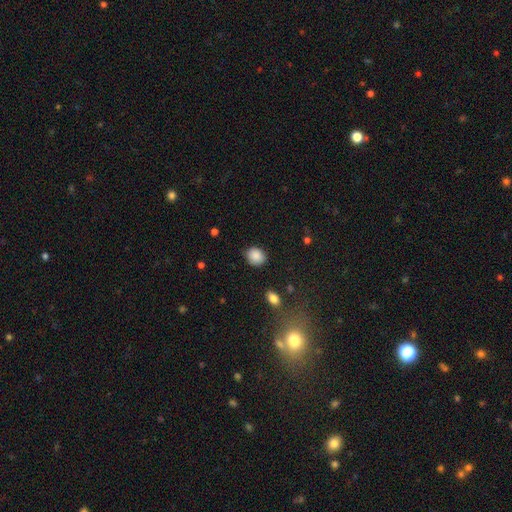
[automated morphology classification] The model was most divided on "how rounded": round: 64%, in between: 35%, cigar-shaped: 1%. More confident: smooth or featured — smooth (88%); merging — none (81%).